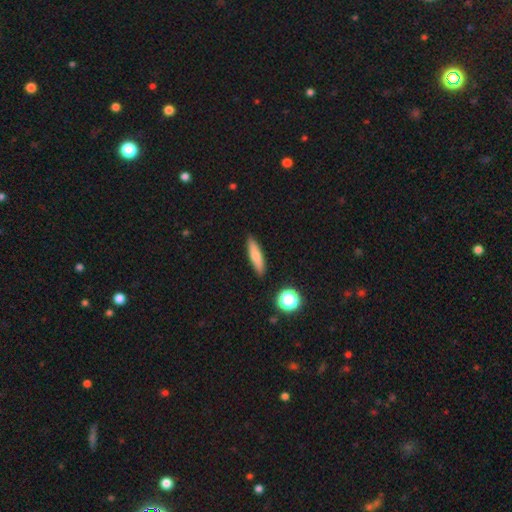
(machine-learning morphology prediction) The model was most divided on "smooth or featured": smooth: 69%, featured or disk: 23%, star or artifact: 8%. More confident: merging — none (88%); how rounded — cigar-shaped (74%).